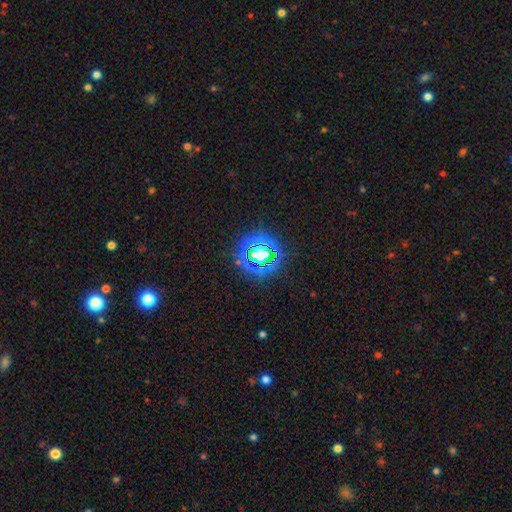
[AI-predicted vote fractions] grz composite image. It shows a star or artifact, not a galaxy (70%).